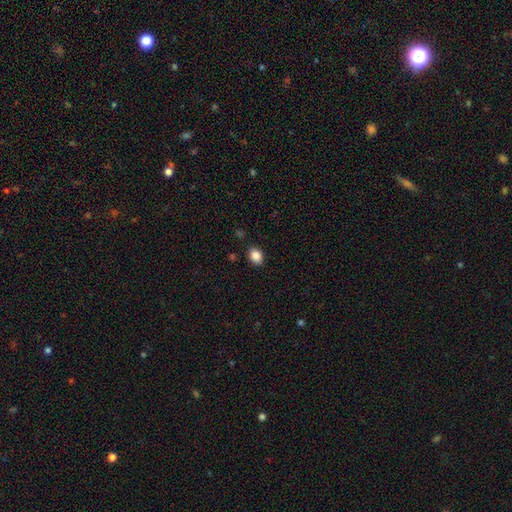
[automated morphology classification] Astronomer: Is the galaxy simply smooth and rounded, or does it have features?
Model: smooth — 87%.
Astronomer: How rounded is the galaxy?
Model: in between — 70%.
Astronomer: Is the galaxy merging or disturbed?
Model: none — 88%.